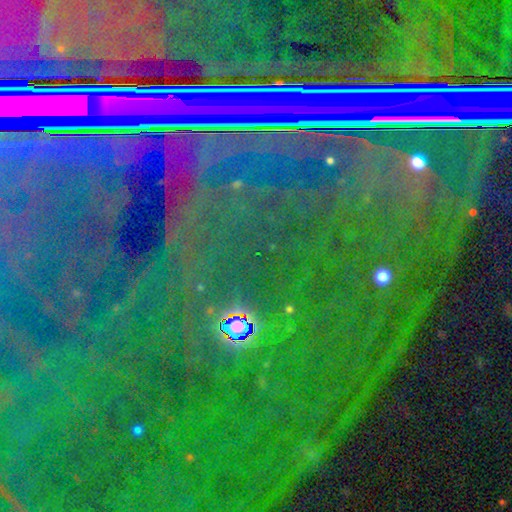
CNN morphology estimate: The model was most divided on "smooth or featured": star or artifact: 86%, featured or disk: 7%, smooth: 7%.